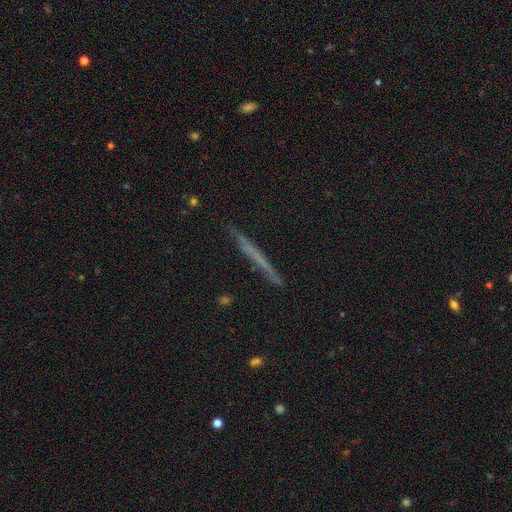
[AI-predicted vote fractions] featured or disk 46% (tied), smooth 46% (tied), star or artifact 8%. Down the decision tree: merging — none (89%).